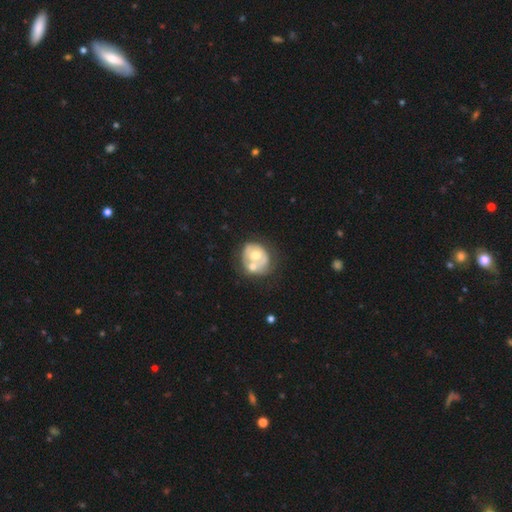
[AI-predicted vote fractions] Smooth or featured? Predicted: featured or disk (p=0.55). Edge-on disk? Predicted: no (p=0.97). Bar? Predicted: no (p=0.84). Spiral arms? Predicted: no (p=0.72). Bulge size? Predicted: moderate (p=0.69). Merging? Predicted: merger (p=0.41).